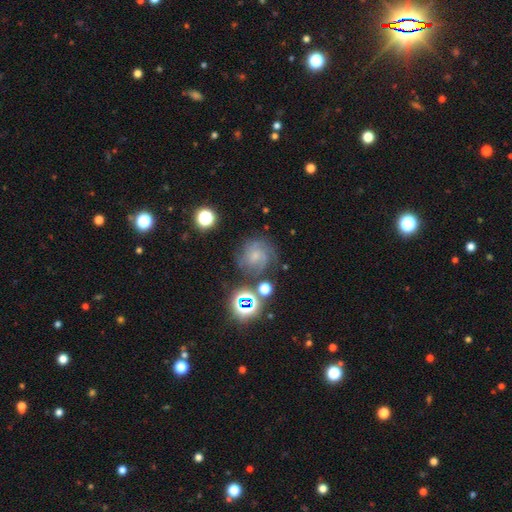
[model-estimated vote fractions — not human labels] A featured or disk galaxy (56%) with no bar (67%), spiral arms (90%) and a small central bulge (56%). Merging: none (65%).